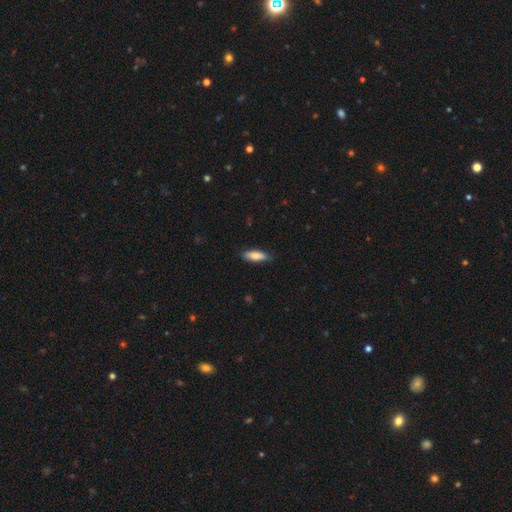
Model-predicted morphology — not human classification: Overall: smooth (81%). How rounded: in between (53%; cigar-shaped 46%). Merging: none (83%).